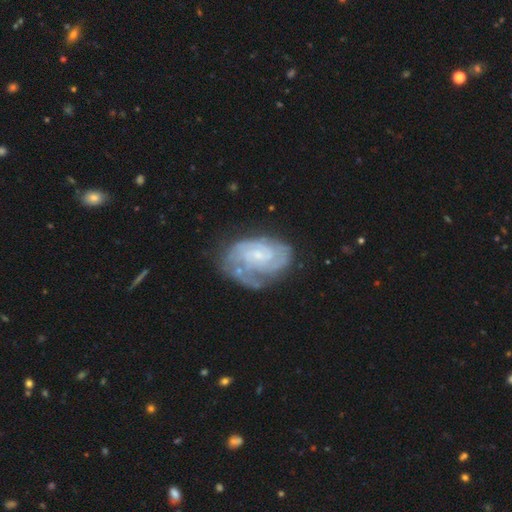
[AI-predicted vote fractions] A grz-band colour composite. It shows a featured or disk galaxy (78%) with no bar (67%), tight (63%) spiral arms (92%) and a small central bulge (70%). Merging: none (63%).